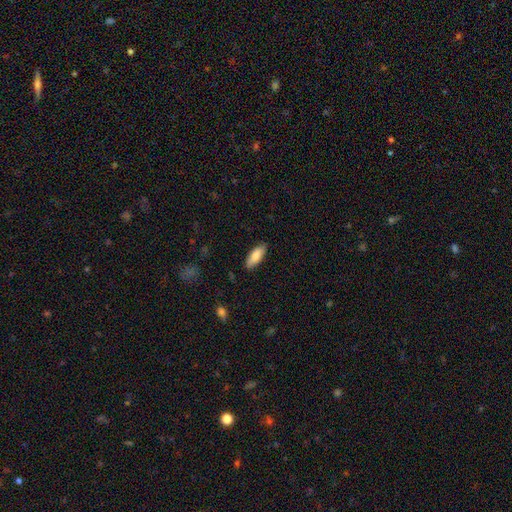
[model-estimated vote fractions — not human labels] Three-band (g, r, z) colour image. It shows a smooth galaxy with no disk features (83%) that is in between round and cigar-shaped (74%). Merging: none (86%).